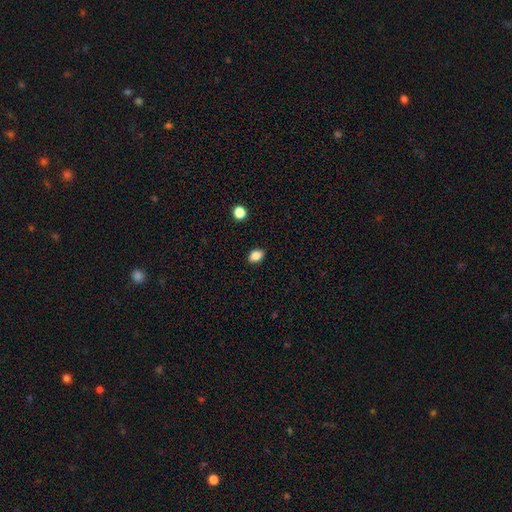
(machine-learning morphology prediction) smooth-or-featured: smooth: 85% | star or artifact: 10% | featured or disk: 5%
  how-rounded: in between: 79% | round: 19% | cigar-shaped: 1%
  merging: none: 89% | minor disturbance: 8% | major disturbance: 2% | merger: 1%